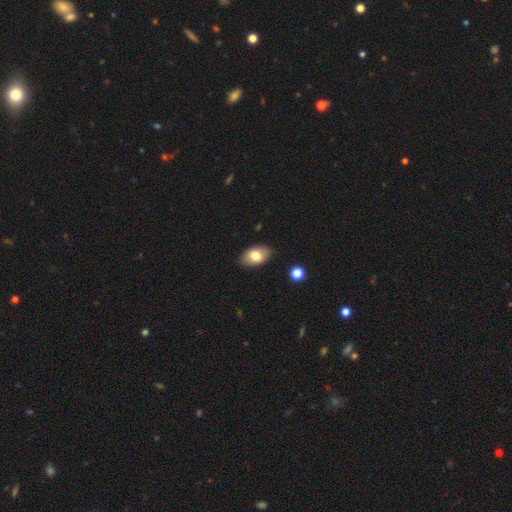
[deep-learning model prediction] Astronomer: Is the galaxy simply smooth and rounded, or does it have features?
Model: smooth — 76%.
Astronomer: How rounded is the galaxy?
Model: in between — 91%.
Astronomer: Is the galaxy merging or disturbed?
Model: none — 87%.